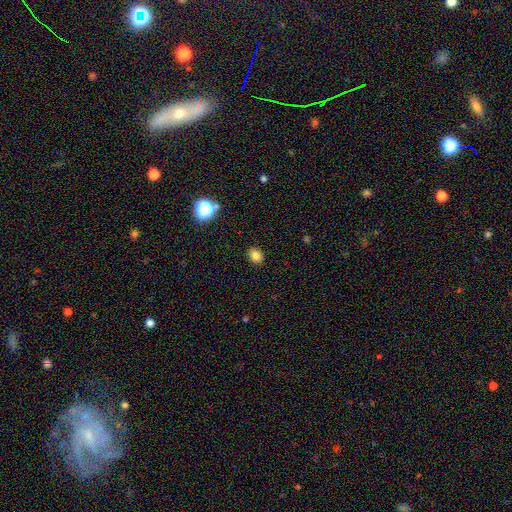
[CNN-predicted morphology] Q: Smooth or featured?
A: smooth (83%); runner-up: star or artifact (12%)
Q: How rounded?
A: in between (51%); runner-up: round (48%)
Q: Merging?
A: none (89%); runner-up: minor disturbance (7%)